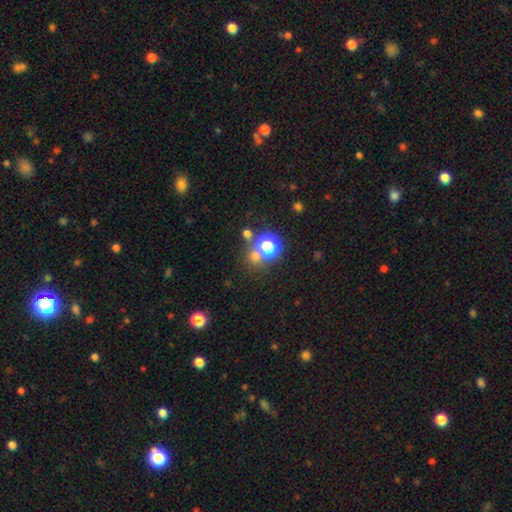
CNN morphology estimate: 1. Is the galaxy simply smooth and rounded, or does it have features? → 55% smooth, 36% star or artifact, 9% featured or disk.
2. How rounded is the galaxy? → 88% round, 11% in between, 1% cigar-shaped.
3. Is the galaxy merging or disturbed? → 67% none, 21% merger, 8% minor disturbance, 5% major disturbance.